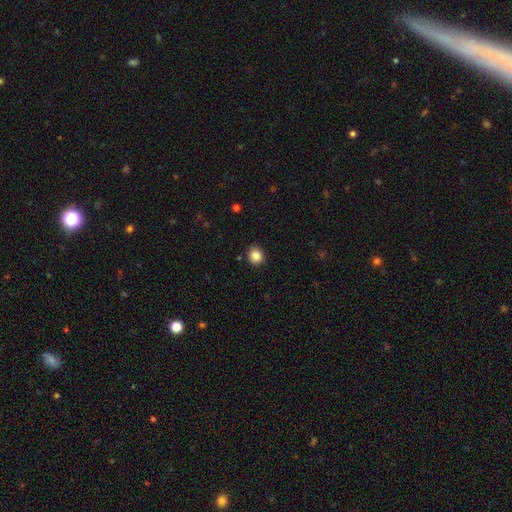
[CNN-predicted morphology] A smooth galaxy with no disk features (86%) that is round (81%). Merging: none (89%).